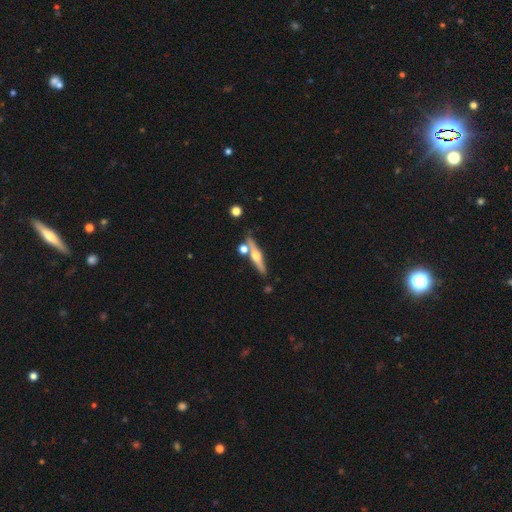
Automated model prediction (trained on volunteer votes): A featured or disk galaxy (66%) viewed edge-on (94%) with a rounded central bulge (94%).

Vote fractions:
- Smooth or featured? featured or disk: 66% / smooth: 28% / star or artifact: 7%
- Edge-on disk? yes: 94% / no: 6%
- Edge-on bulge? rounded: 94% / boxy: 3% / none: 3%
- Merging? none: 74% / merger: 13% / minor disturbance: 11% / major disturbance: 3%